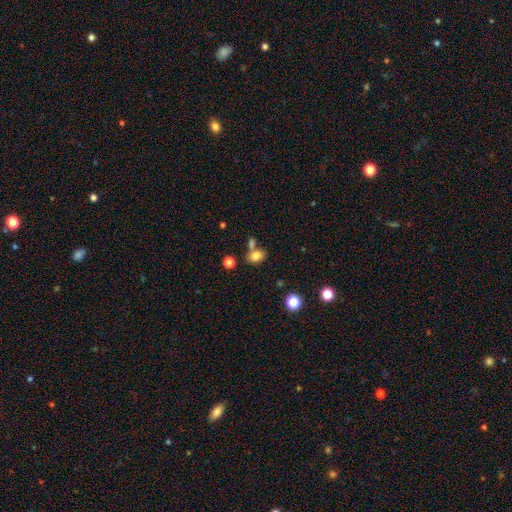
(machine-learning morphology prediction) type=smooth (79%); roundness=in between (70%); merging=none (56%).